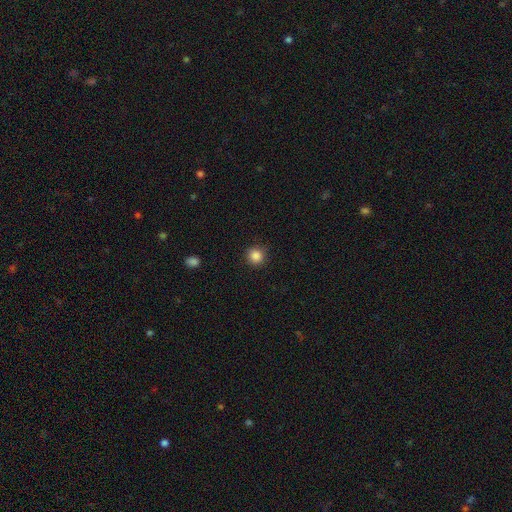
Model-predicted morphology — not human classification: This is clearly a smooth galaxy (86%). How rounded: clearly round (94%). Merging: clearly none (90%).